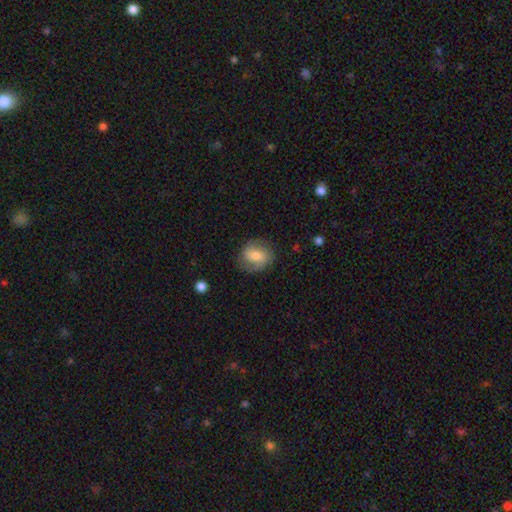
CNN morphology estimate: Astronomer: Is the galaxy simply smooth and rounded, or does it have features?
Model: smooth — 51% (runner-up: featured or disk, 42%).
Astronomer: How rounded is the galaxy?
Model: round — 69%.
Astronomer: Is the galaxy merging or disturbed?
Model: none — 75%.